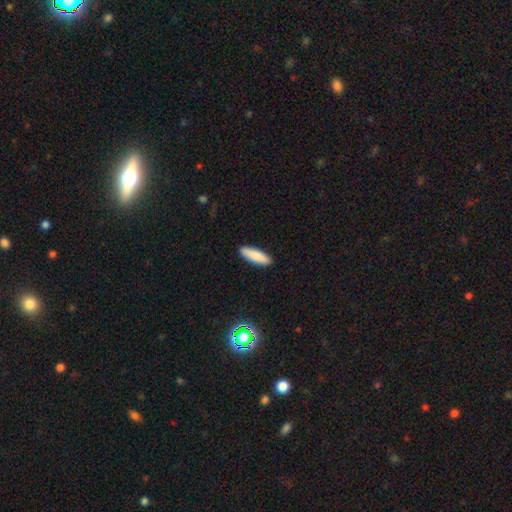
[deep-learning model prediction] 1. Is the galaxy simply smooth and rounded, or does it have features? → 86% smooth, 8% featured or disk, 6% star or artifact.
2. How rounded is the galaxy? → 59% cigar-shaped, 39% in between, 2% round.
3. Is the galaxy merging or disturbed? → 90% none, 7% minor disturbance, 1% major disturbance, 1% merger.